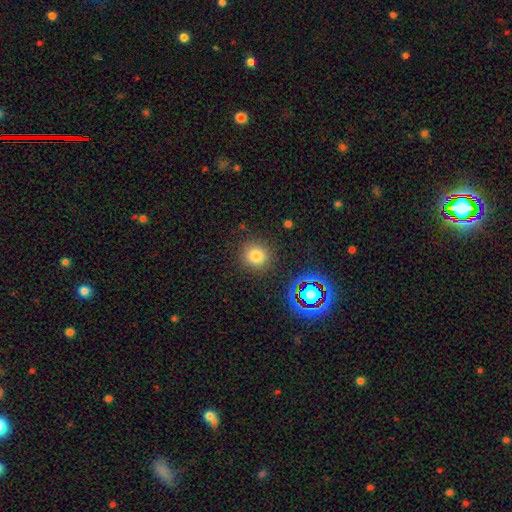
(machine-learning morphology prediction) type=smooth (77%); roundness=round (89%); merging=none (88%).